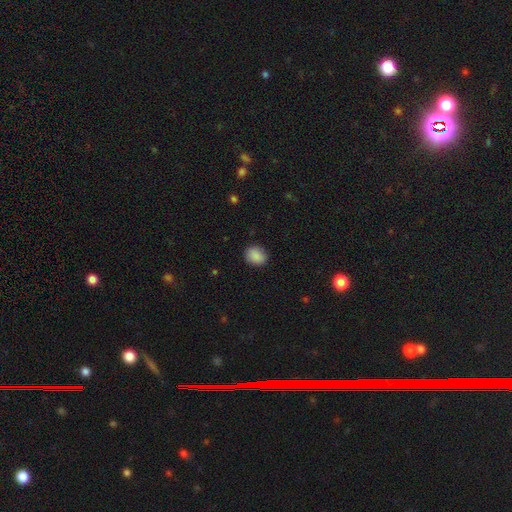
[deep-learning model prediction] Morphology: type=smooth (89%); roundness=round (58%); merging=none (87%).